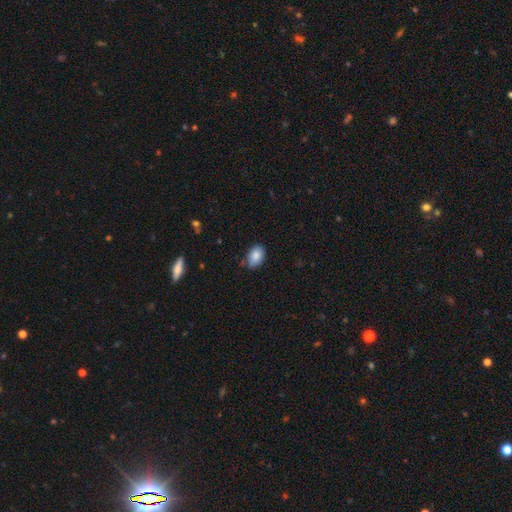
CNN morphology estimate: Overall: smooth (86%). How rounded: in between (86%). Merging: none (72%).